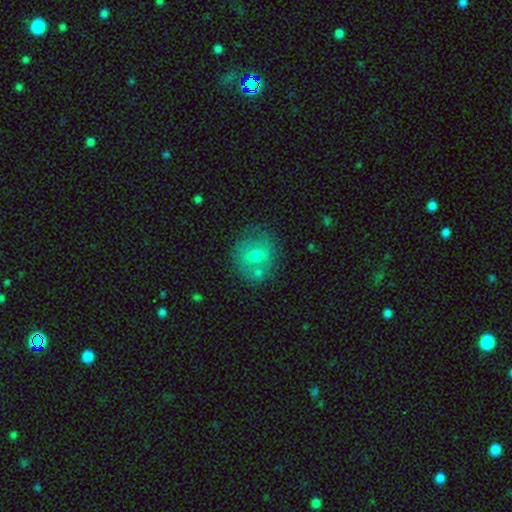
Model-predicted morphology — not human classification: smooth 64%, featured or disk 27%, star or artifact 9%. Down the decision tree: how rounded — round (82%); merging — none (61%).